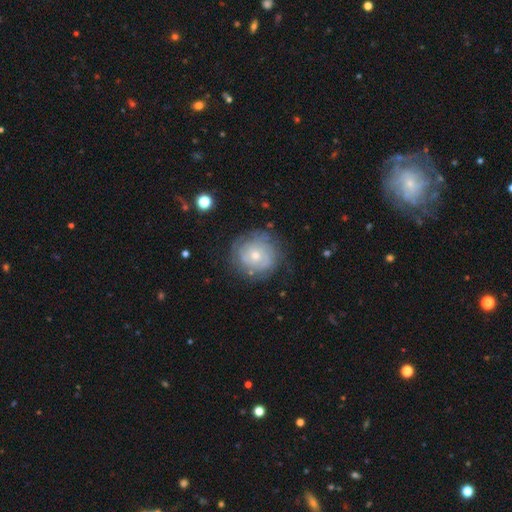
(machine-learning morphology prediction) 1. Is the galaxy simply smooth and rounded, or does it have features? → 69% featured or disk, 24% smooth, 8% star or artifact.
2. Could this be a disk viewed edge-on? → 98% no, 2% yes.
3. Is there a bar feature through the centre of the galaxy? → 79% no, 18% weak, 3% strong.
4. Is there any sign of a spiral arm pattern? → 81% yes, 19% no.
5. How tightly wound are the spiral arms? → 73% tight, 20% medium, 7% loose.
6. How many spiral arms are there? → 55% can't tell, 15% 2, 11% 3, 8% 4, 5% more than 4, 5% 1.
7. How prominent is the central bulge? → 52% small, 43% moderate, 2% large, 1% none, 1% dominant.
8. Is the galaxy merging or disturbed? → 75% none, 16% minor disturbance, 7% major disturbance, 2% merger.